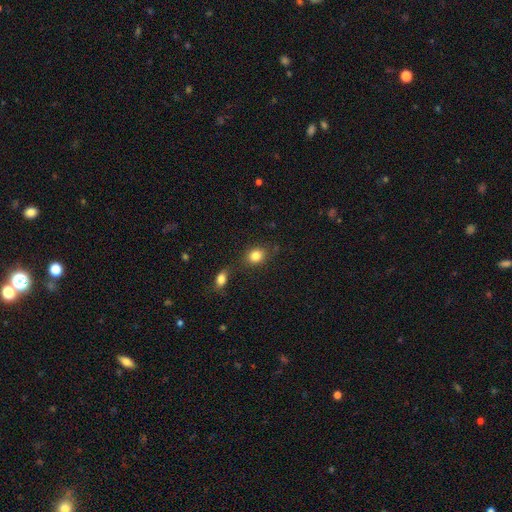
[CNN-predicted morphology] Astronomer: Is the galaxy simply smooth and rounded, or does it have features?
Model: smooth — 83%.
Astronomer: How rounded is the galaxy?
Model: round — 60% (runner-up: in between, 39%).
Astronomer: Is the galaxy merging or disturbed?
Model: none — 73%.